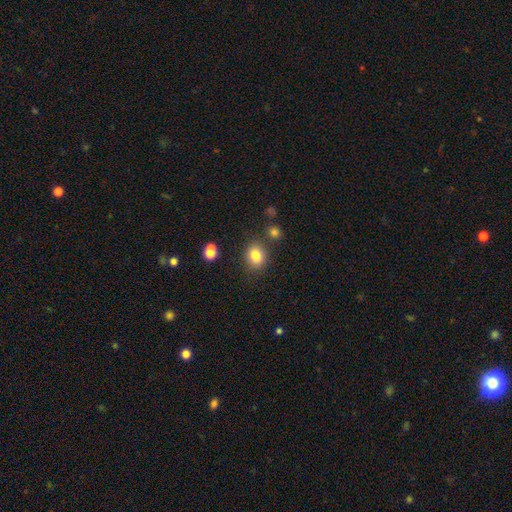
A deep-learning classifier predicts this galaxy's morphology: smooth-or-featured: smooth: 82% | star or artifact: 11% | featured or disk: 7%
  how-rounded: round: 53% | in between: 46% | cigar-shaped: 1%
  merging: none: 79% | minor disturbance: 11% | merger: 6% | major disturbance: 4%